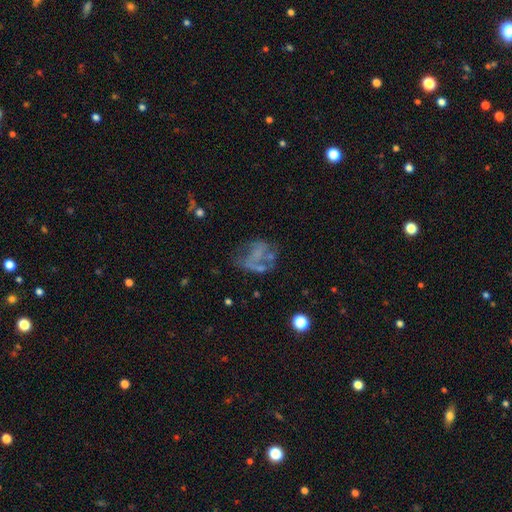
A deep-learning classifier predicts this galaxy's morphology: A featured or disk galaxy (59%) with no bar (75%), no spiral arms (66%) and no central bulge (77%).

Vote fractions:
- Smooth or featured? featured or disk: 59% / smooth: 23% / star or artifact: 17%
- Edge-on disk? no: 98% / yes: 2%
- Bar? no: 75% / weak: 17% / strong: 7%
- Spiral arms? no: 66% / yes: 34%
- Bulge size? none: 77% / small: 13% / moderate: 7% / large: 2% / dominant: 1%
- Merging? none: 42% / major disturbance: 31% / minor disturbance: 19% / merger: 8%